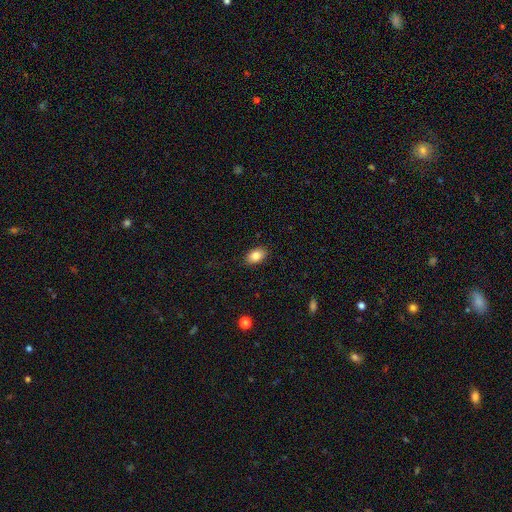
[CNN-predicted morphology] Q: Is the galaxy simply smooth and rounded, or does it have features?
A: smooth — 84%.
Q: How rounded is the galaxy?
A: in between — 89%.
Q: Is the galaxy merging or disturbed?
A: none — 88%.